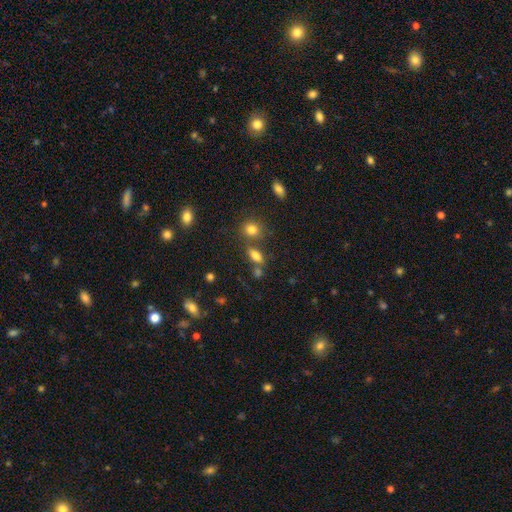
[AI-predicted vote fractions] A smooth galaxy with no disk features (79%) that is in between round and cigar-shaped (80%). Merging: none (59%).